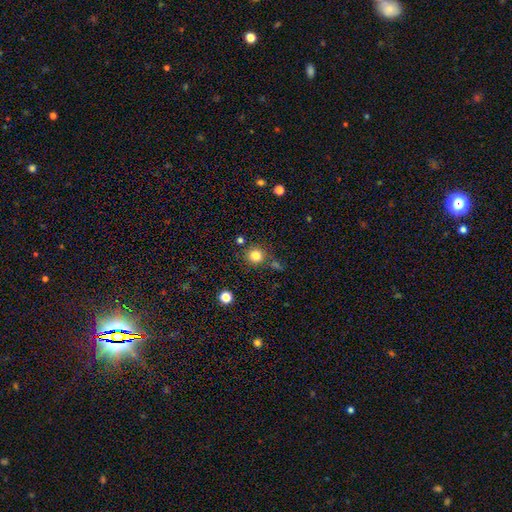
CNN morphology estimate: smooth_or_featured: smooth (p=0.82) [alt: star or artifact p=0.12]
how_rounded: round (p=0.92) [alt: in between p=0.07]
merging: none (p=0.80) [alt: minor disturbance p=0.09]